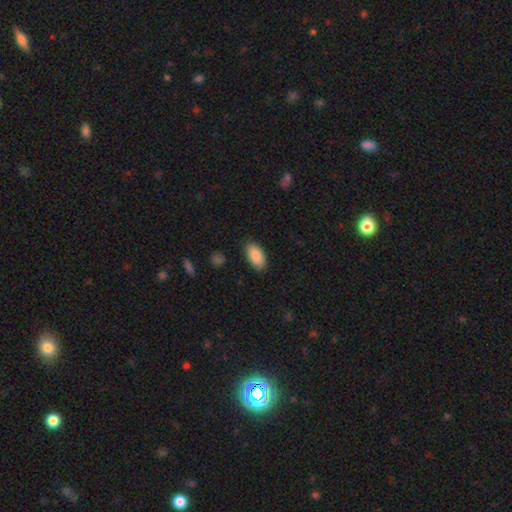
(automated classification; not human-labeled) Q: Smooth or featured?
A: smooth (88%); runner-up: star or artifact (6%)
Q: How rounded?
A: in between (94%); runner-up: cigar-shaped (3%)
Q: Merging?
A: none (87%); runner-up: minor disturbance (10%)